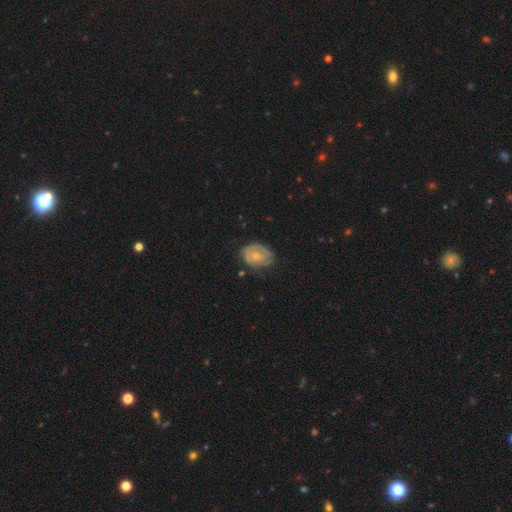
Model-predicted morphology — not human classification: A featured or disk galaxy (56%) with no bar (81%), spiral arms (63%) and a small central bulge (53%).

Vote fractions:
- Smooth or featured? featured or disk: 56% / smooth: 37% / star or artifact: 7%
- Edge-on disk? no: 96% / yes: 4%
- Bar? no: 81% / weak: 16% / strong: 3%
- Spiral arms? yes: 63% / no: 37%
- Bulge size? small: 53% / moderate: 43% / none: 2% / large: 1% / dominant: 1%
- Merging? none: 55% / minor disturbance: 31% / major disturbance: 12% / merger: 2%